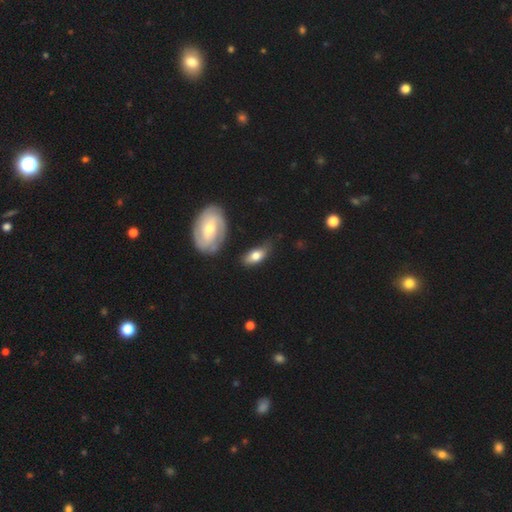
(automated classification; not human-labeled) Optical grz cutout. It shows a smooth galaxy with no disk features (65%) that is in between round and cigar-shaped (85%). Merging: none (60%).